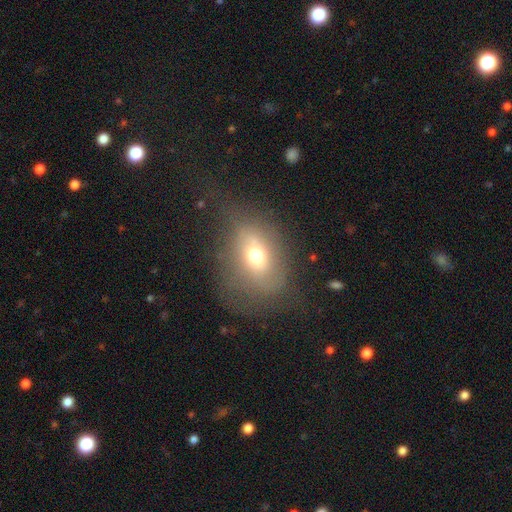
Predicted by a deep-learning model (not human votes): Overall: smooth (60%; featured or disk 26%). How rounded: in between (66%; round 32%). Merging: none (52%; minor disturbance 25%).